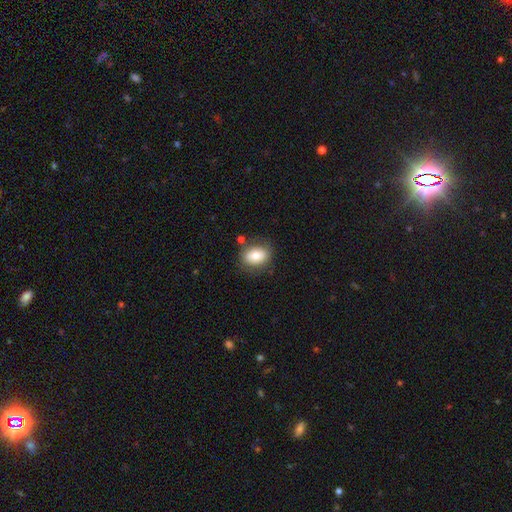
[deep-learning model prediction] Morphology: type=smooth (79%); roundness=in between (72%); merging=none (76%).